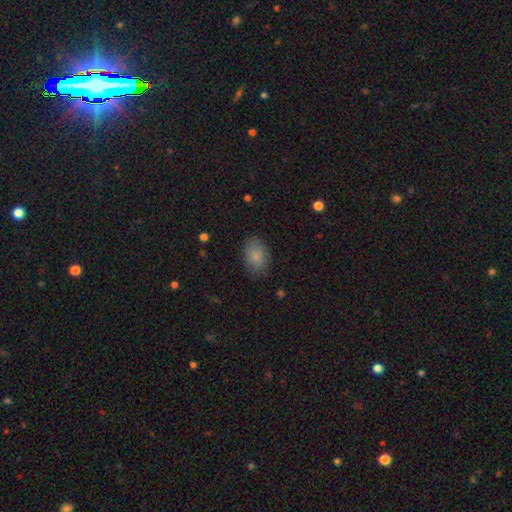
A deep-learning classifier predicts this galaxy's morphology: smooth-or-featured: smooth: 85% | star or artifact: 8% | featured or disk: 7%
  how-rounded: in between: 84% | round: 15% | cigar-shaped: 1%
  merging: none: 81% | minor disturbance: 14% | major disturbance: 4% | merger: 1%